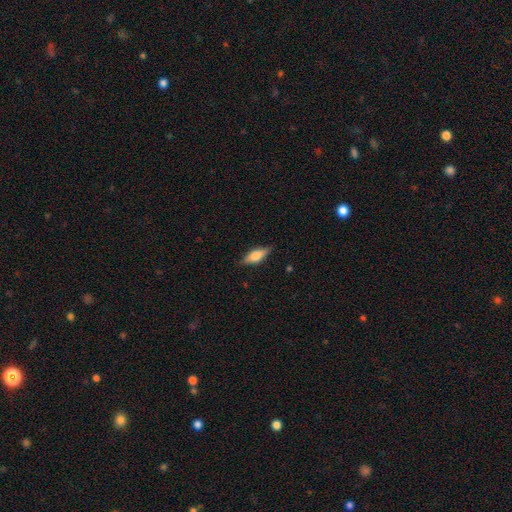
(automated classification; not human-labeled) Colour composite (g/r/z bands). It shows a smooth galaxy with no disk features (53%) that is in between round and cigar-shaped (61%). Merging: none (84%).